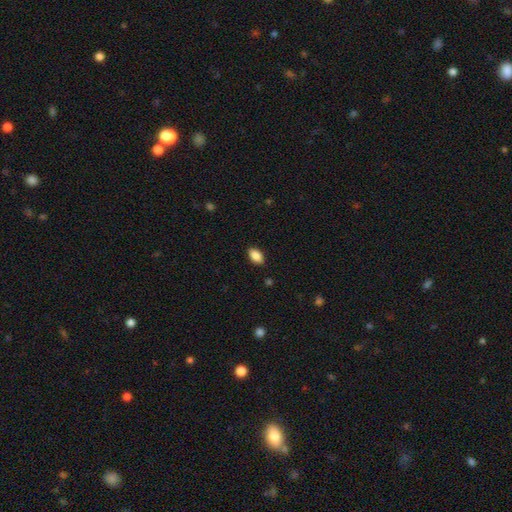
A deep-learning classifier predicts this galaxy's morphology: Smooth or featured: smooth — 88% (star or artifact — 7%)
How rounded: in between — 92% (round — 4%)
Merging: none — 88% (minor disturbance — 9%)